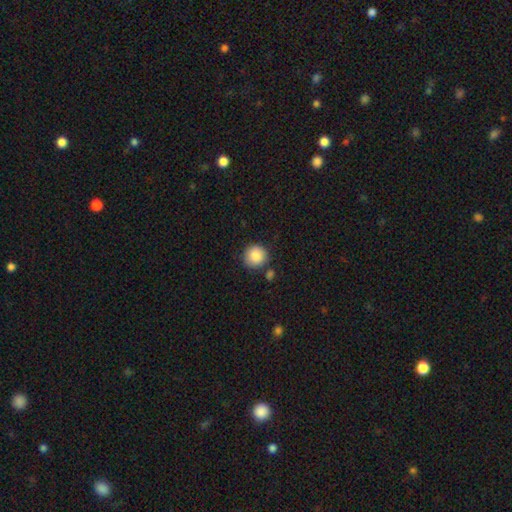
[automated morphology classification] Smooth or featured?
  - smooth: 88% *
  - star or artifact: 8%
  - featured or disk: 4%
How rounded?
  - round: 93% *
  - in between: 6%
  - cigar-shaped: 1%
Merging?
  - none: 79% *
  - minor disturbance: 12%
  - merger: 6%
  - major disturbance: 3%